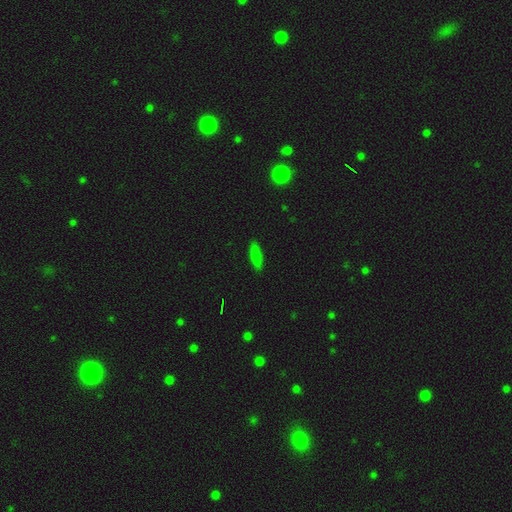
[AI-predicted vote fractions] Smooth or featured? Predicted: smooth (p=0.79). How rounded? Predicted: cigar-shaped (p=0.52). Merging? Predicted: none (p=0.88).